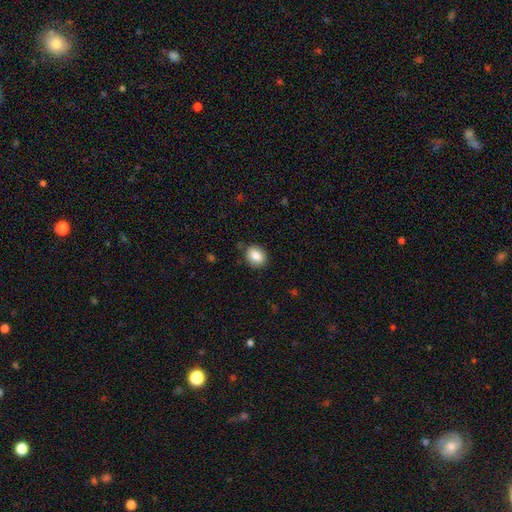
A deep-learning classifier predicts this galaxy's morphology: Smooth or featured? Predicted: smooth (p=0.85). How rounded? Predicted: round (p=0.57). Merging? Predicted: none (p=0.86).